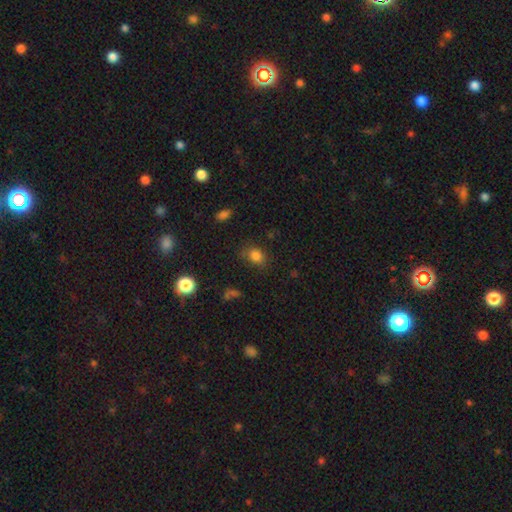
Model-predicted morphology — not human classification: This is clearly a smooth galaxy (81%). How rounded: possibly in between (56%). Merging: likely none (73%).